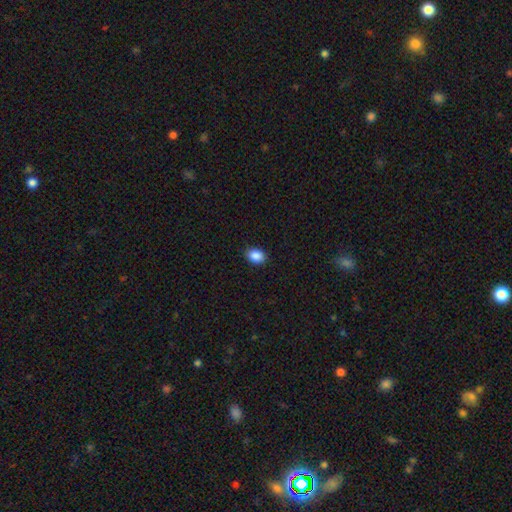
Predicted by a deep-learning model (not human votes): This is clearly a smooth galaxy (89%). How rounded: likely in between (72%). Merging: clearly none (89%).